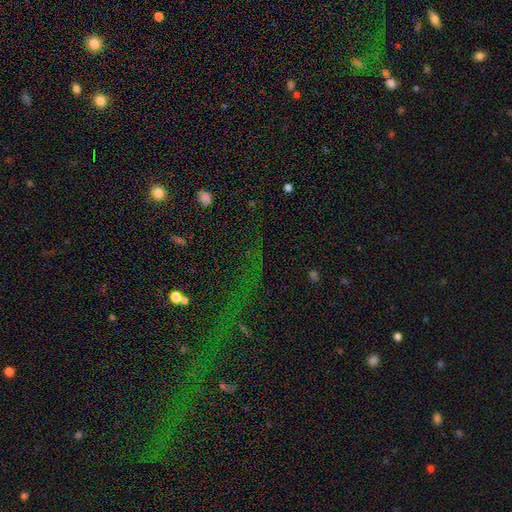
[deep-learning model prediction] star or artifact 77%, smooth 14%, featured or disk 9%.